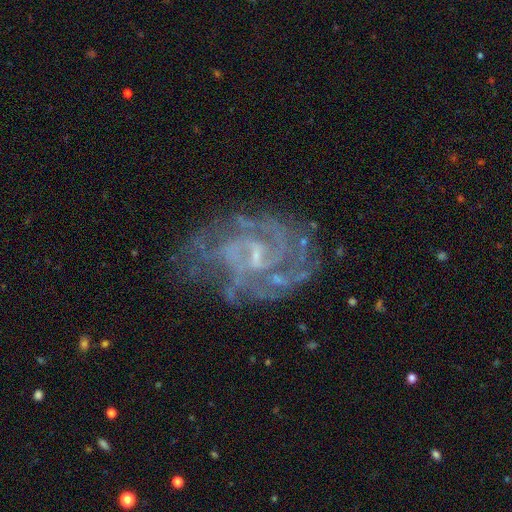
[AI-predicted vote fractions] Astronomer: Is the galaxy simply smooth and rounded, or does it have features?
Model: featured or disk — 84%.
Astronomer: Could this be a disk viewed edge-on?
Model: no — 98%.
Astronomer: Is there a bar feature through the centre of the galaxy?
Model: weak — 51% (runner-up: no, 35%).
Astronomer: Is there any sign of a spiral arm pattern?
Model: yes — 91%.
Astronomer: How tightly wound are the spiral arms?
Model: tight — 54% (runner-up: medium, 36%).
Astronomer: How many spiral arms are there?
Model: can't tell — 32% (runner-up: 2, 25%).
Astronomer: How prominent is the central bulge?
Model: small — 55%.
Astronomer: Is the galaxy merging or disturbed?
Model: none — 65%.